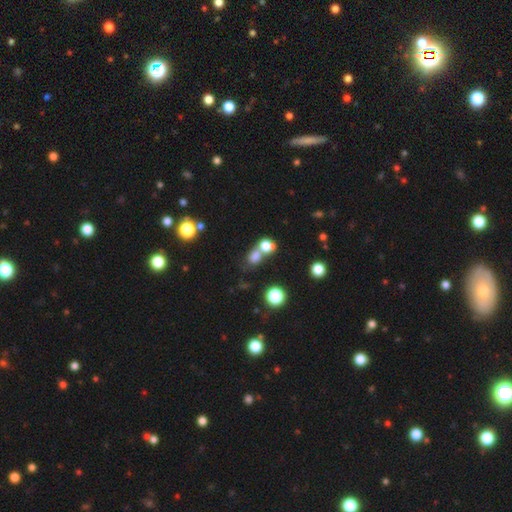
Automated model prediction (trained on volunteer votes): Smooth or featured? smooth (73%)
How rounded? round (56%)
Merging? merger (53%)